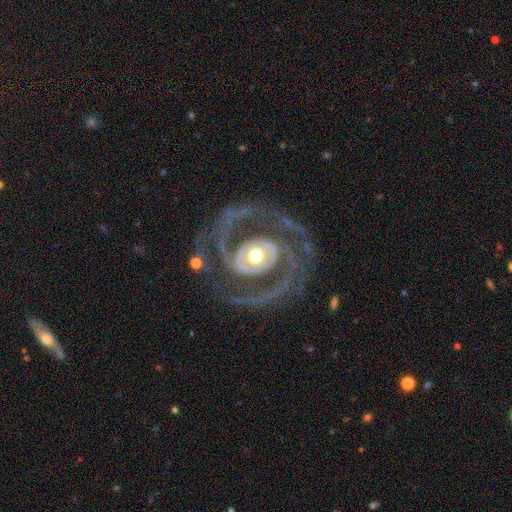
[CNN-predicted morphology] smooth-or-featured: featured or disk: 90% | smooth: 6% | star or artifact: 4%
  disk-edge-on: no: 97% | yes: 3%
    bar: no: 61% | weak: 24% | strong: 15%
    has-spiral-arms: yes: 92% | no: 8%
      spiral-winding: medium: 48% | tight: 27% | loose: 25%
      spiral-arm-count: 2: 68% | 3: 10% | can't tell: 8% | 1: 5% | 4: 5% | more than 4: 4%
    bulge-size: moderate: 60% | large: 28% | small: 7% | dominant: 3% | none: 1%
  merging: none: 67% | major disturbance: 17% | minor disturbance: 13% | merger: 2%